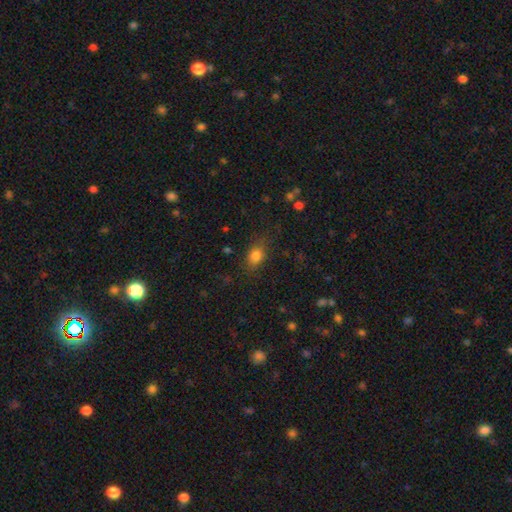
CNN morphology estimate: type=smooth (81%); roundness=in between (64%); merging=none (76%).